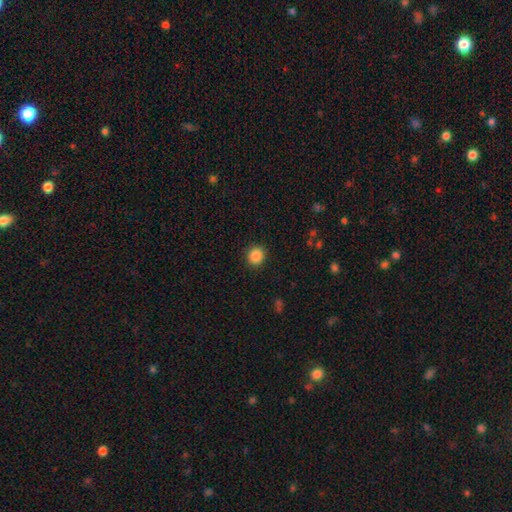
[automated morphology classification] Smooth or featured? smooth (87%)
How rounded? round (83%)
Merging? none (90%)